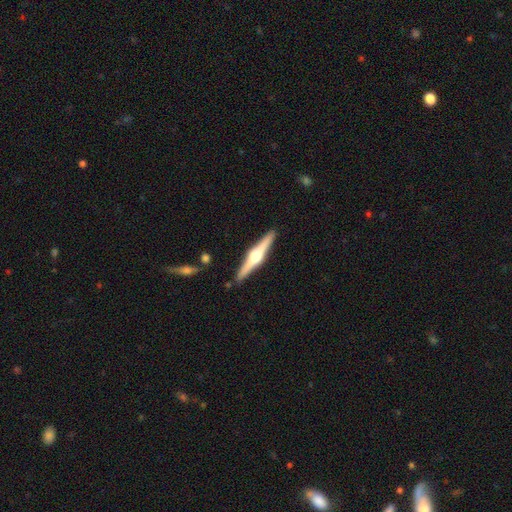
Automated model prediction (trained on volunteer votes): Morphology: type=featured or disk (78%); edge-on=yes (98%); edge-on bulge=rounded (94%); merging=none (90%).